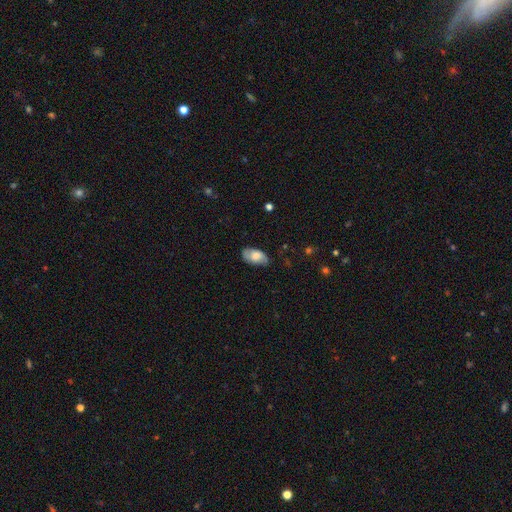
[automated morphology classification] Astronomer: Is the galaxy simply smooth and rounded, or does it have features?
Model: smooth — 63%.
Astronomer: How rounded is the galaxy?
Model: in between — 94%.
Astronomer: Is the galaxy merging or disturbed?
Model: none — 77%.